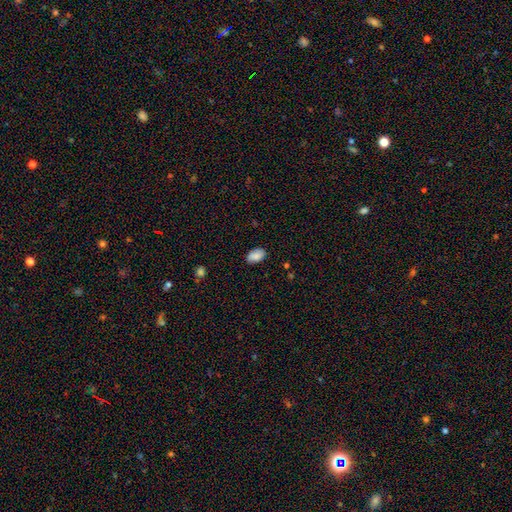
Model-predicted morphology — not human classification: Smooth or featured: smooth — 86% (star or artifact — 8%)
How rounded: in between — 92% (round — 7%)
Merging: none — 82% (minor disturbance — 14%)